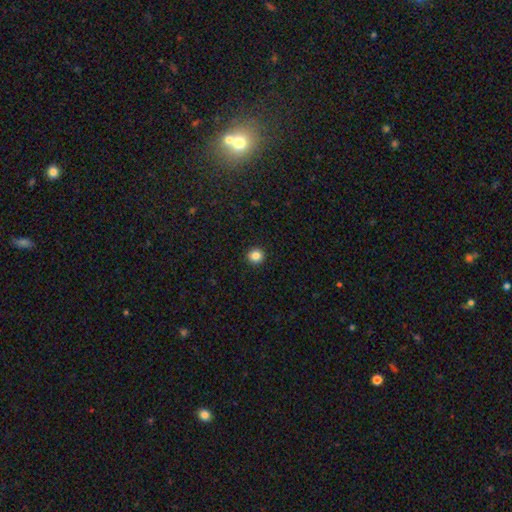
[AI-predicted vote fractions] The model was most divided on "smooth or featured": smooth: 84%, star or artifact: 11%, featured or disk: 4%. More confident: how rounded — round (94%); merging — none (93%).